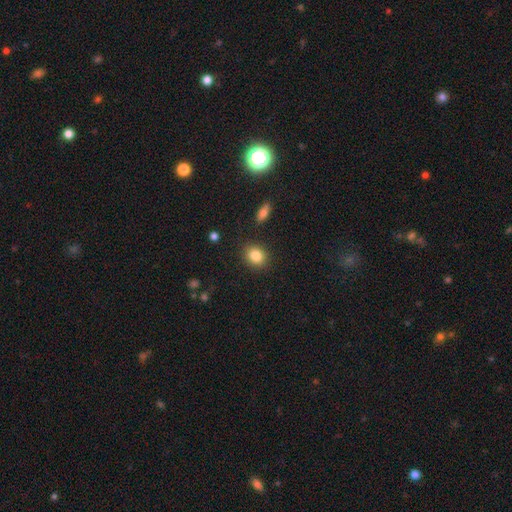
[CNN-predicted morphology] type=smooth (84%); roundness=round (56%); merging=none (88%).